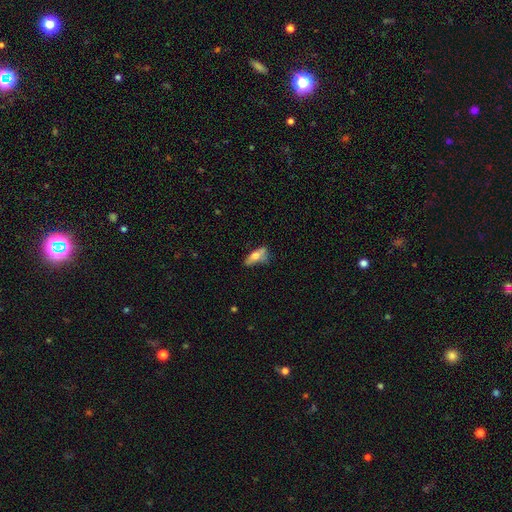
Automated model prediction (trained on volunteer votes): Q: Smooth or featured?
A: smooth (59%); runner-up: featured or disk (33%)
Q: How rounded?
A: in between (65%); runner-up: cigar-shaped (32%)
Q: Merging?
A: none (50%); runner-up: minor disturbance (30%)